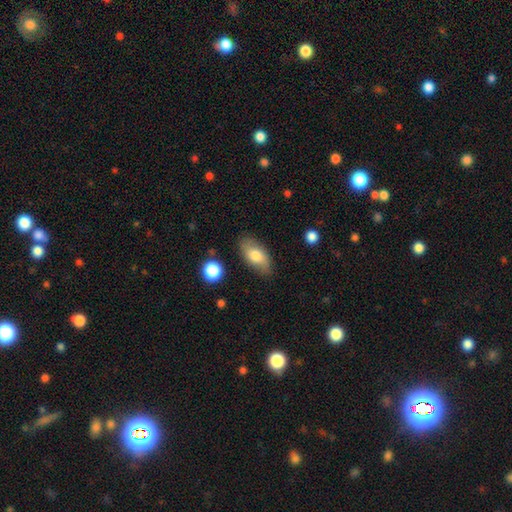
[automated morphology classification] Smooth or featured: smooth — 72% (featured or disk — 21%)
How rounded: in between — 90% (cigar-shaped — 5%)
Merging: none — 79% (minor disturbance — 16%)